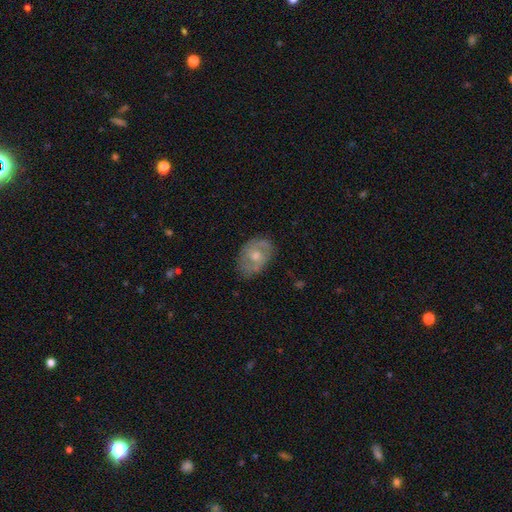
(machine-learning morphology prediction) The model was most divided on "bar": no: 65%, weak: 29%, strong: 5%. More confident: edge-on disk — no (95%); merging — none (79%); spiral arms — yes (73%); bulge size — moderate (66%); smooth or featured — featured or disk (64%).